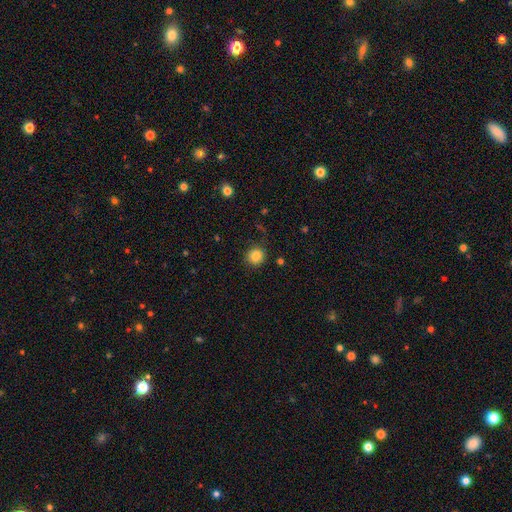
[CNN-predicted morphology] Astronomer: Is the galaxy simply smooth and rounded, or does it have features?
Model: smooth — 84%.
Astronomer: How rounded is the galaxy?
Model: round — 90%.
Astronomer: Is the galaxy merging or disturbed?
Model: none — 86%.